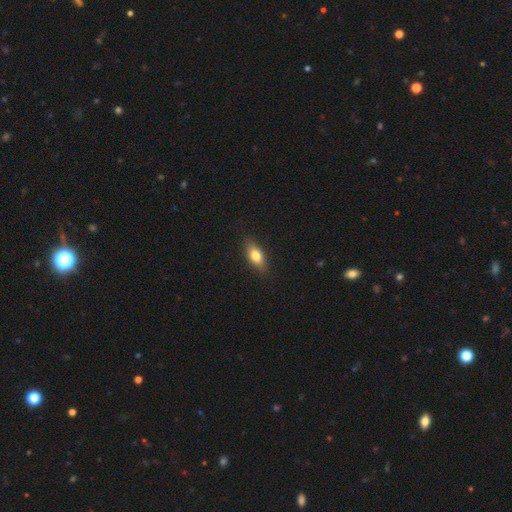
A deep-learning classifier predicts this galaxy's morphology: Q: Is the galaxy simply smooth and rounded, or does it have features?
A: smooth — 76%.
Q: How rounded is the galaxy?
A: in between — 81%.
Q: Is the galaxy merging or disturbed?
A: none — 86%.